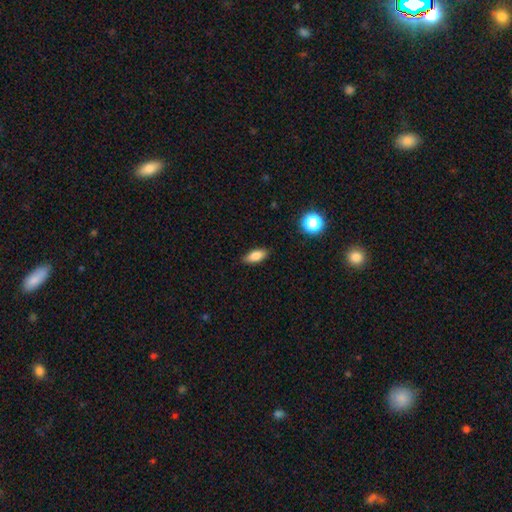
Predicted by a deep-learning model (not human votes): smooth 83%, star or artifact 9%, featured or disk 8%. Down the decision tree: how rounded — in between (80%); merging — none (85%).